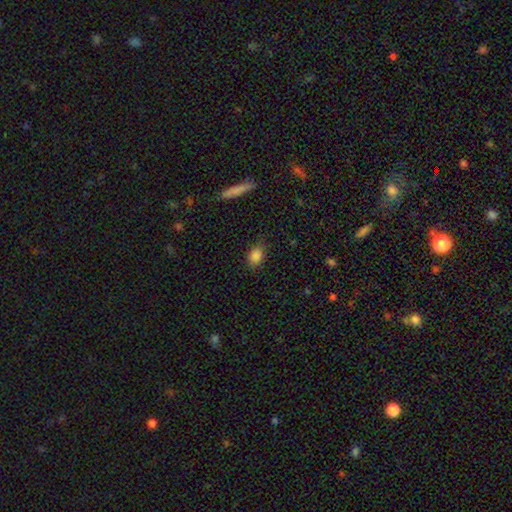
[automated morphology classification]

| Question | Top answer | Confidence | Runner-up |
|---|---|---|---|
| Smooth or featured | smooth | 85% | star or artifact (10%) |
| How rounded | in between | 68% | round (30%) |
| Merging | none | 76% | minor disturbance (19%) |